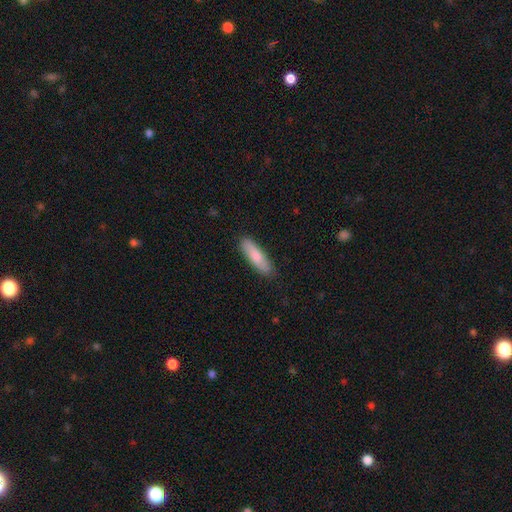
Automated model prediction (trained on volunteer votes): This appears to be a smooth galaxy with no disk features (81%) that is cigar-shaped (64%). Merging: none (87%).